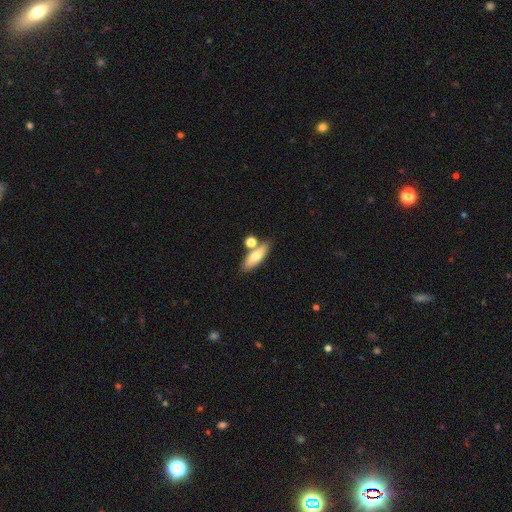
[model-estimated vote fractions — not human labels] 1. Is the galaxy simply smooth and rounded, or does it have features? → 70% smooth, 23% featured or disk, 7% star or artifact.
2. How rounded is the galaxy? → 62% in between, 33% cigar-shaped, 5% round.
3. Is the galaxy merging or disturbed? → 65% none, 19% merger, 12% minor disturbance, 4% major disturbance.